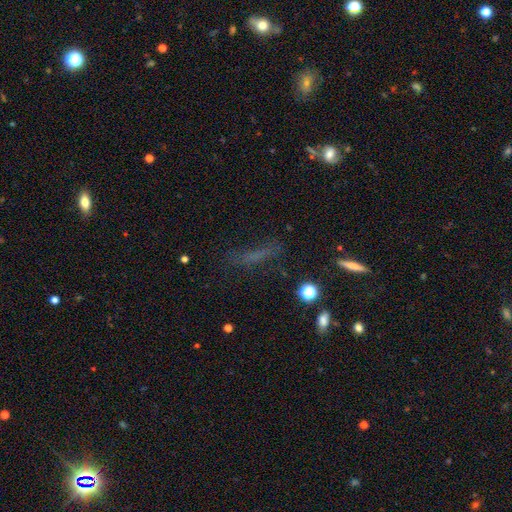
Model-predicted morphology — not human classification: Q: Smooth or featured?
A: smooth (49%); runner-up: star or artifact (26%)
Q: Merging?
A: none (61%); runner-up: minor disturbance (21%)